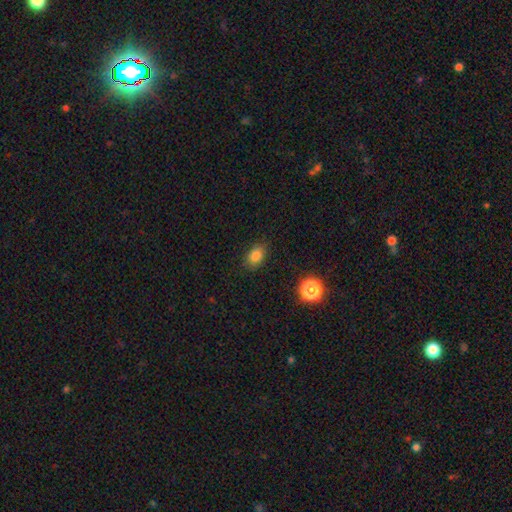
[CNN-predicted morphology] type=smooth (82%); roundness=in between (78%); merging=none (82%).